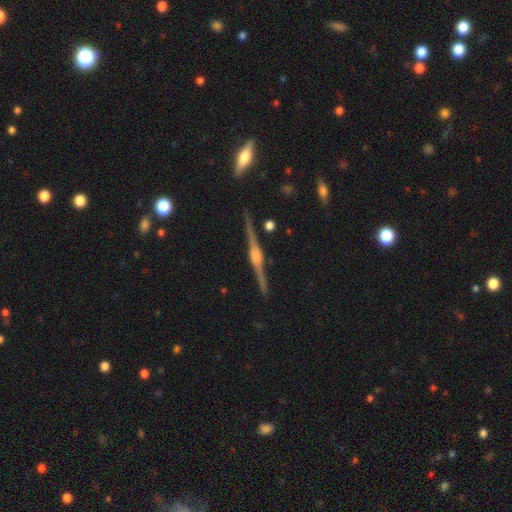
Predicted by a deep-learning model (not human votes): This is clearly a featured or disk galaxy (89%). It is clearly viewed edge-on (98%). Edge-on bulge: clearly rounded (81%). Merging: clearly none (90%).